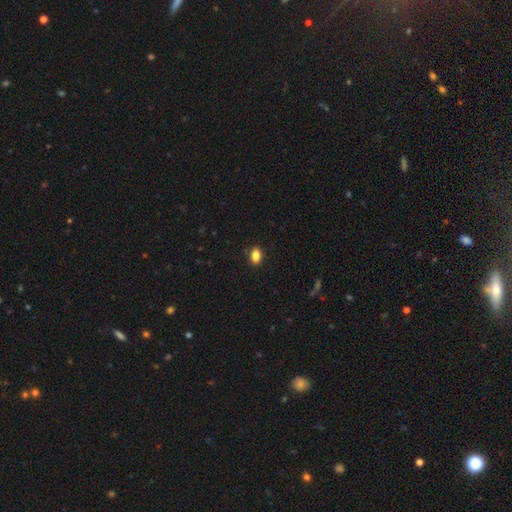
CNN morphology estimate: Overall: smooth (85%). How rounded: in between (82%). Merging: none (89%).